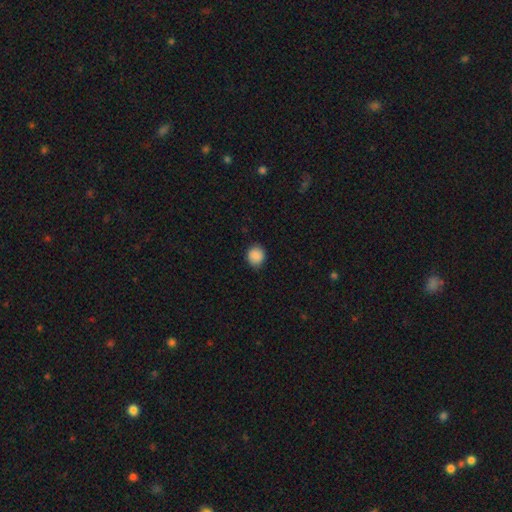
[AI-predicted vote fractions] Q: Smooth or featured?
A: smooth (88%); runner-up: star or artifact (8%)
Q: How rounded?
A: round (82%); runner-up: in between (17%)
Q: Merging?
A: none (85%); runner-up: minor disturbance (11%)